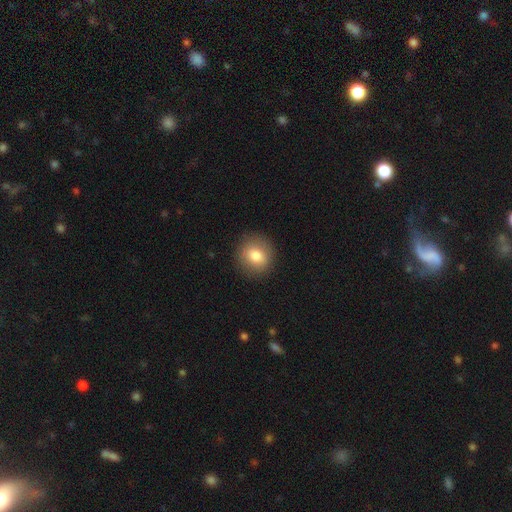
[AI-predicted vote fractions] Q: Smooth or featured?
A: smooth (79%); runner-up: featured or disk (12%)
Q: How rounded?
A: round (86%); runner-up: in between (13%)
Q: Merging?
A: none (89%); runner-up: minor disturbance (7%)